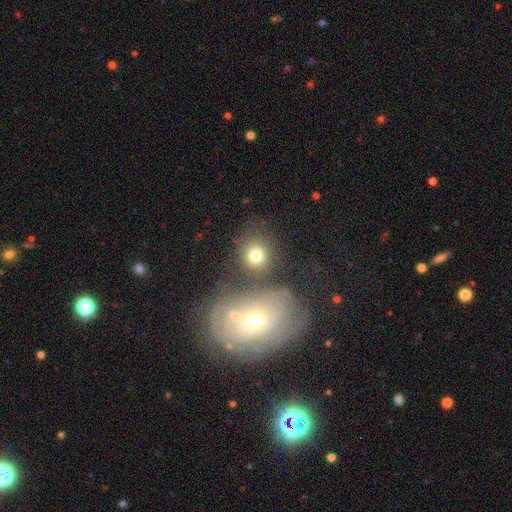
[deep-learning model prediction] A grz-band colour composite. It shows a smooth galaxy with no disk features (74%) that is round (79%). Merging: none (59%).